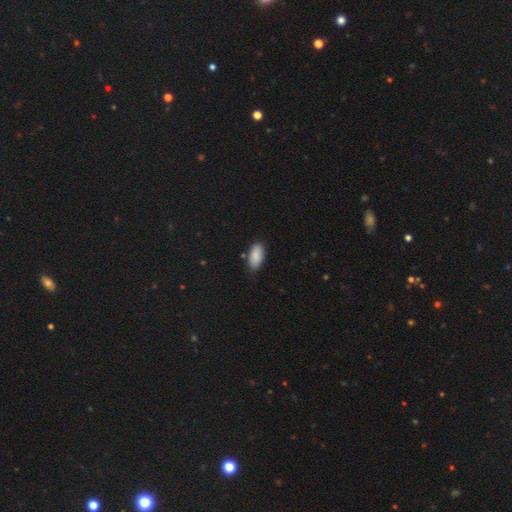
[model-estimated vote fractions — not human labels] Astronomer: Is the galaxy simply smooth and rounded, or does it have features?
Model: smooth — 89%.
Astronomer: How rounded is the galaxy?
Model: in between — 92%.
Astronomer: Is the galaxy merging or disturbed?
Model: none — 82%.